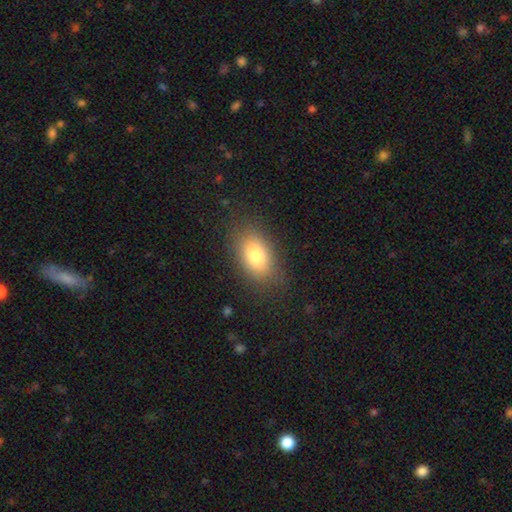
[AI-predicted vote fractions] Q: Smooth or featured?
A: smooth (78%); runner-up: featured or disk (12%)
Q: How rounded?
A: in between (87%); runner-up: round (11%)
Q: Merging?
A: none (81%); runner-up: minor disturbance (13%)